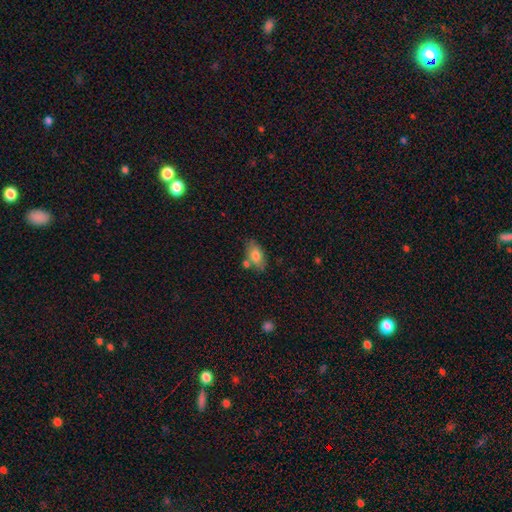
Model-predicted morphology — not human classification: This appears to be a smooth galaxy with no disk features (77%) that is in between round and cigar-shaped (90%). Merging: none (66%).